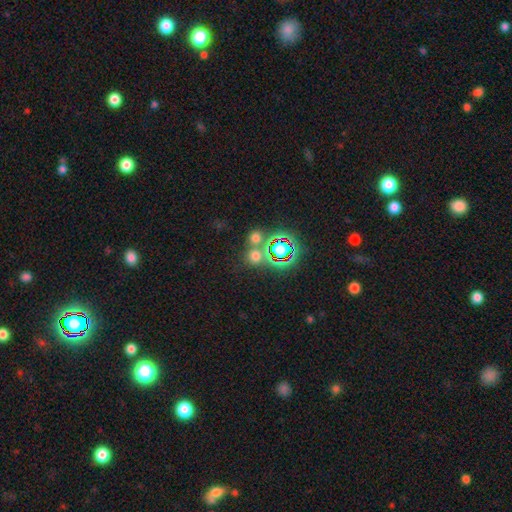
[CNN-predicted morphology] Q: Smooth or featured?
A: smooth (56%); runner-up: star or artifact (36%)
Q: How rounded?
A: round (84%); runner-up: in between (15%)
Q: Merging?
A: none (63%); runner-up: merger (26%)